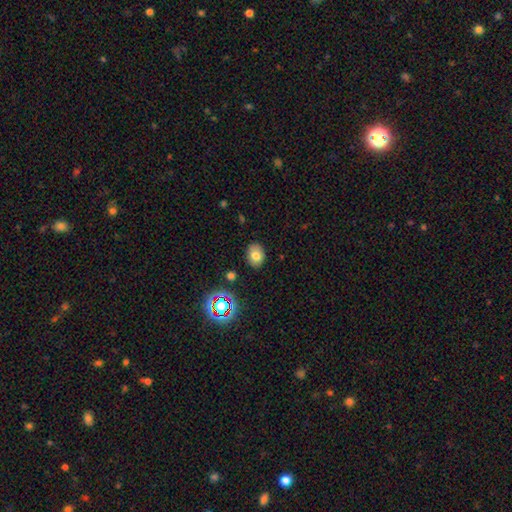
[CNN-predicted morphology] smooth 75%, star or artifact 13%, featured or disk 11%. Down the decision tree: how rounded — in between (65%); merging — none (86%).